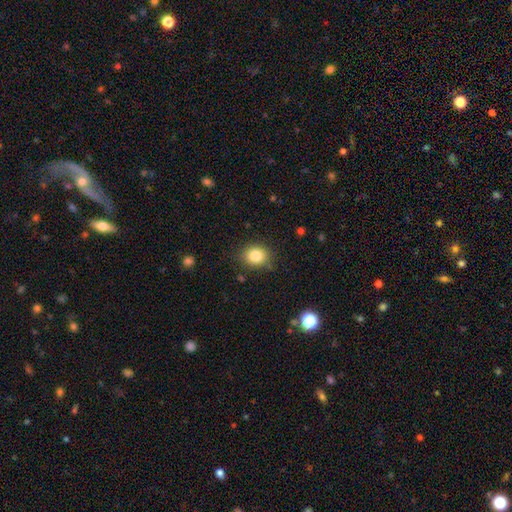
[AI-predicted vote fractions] The model was most divided on "how rounded": round: 66%, in between: 33%, cigar-shaped: 1%. More confident: smooth or featured — smooth (83%); merging — none (82%).